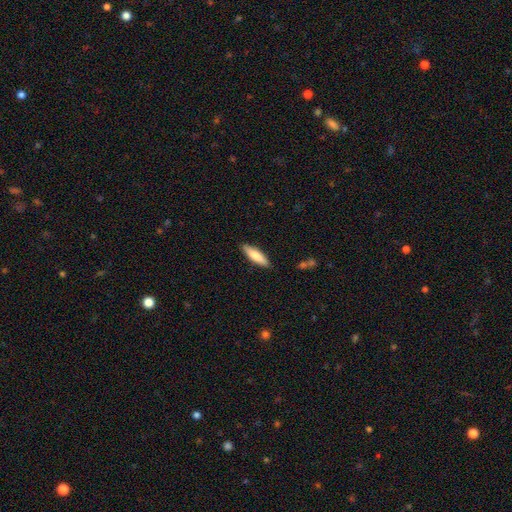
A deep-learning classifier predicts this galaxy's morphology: This is likely a smooth galaxy (79%). How rounded: likely cigar-shaped (60%). Merging: clearly none (88%).